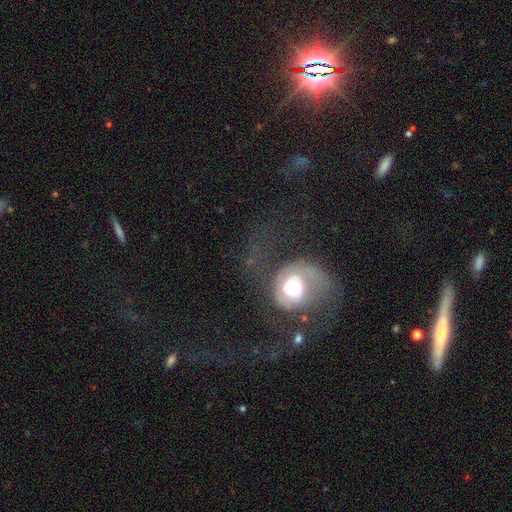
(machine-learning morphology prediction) Smooth or featured: featured or disk — 70% (smooth — 20%)
Edge-on disk: no — 97% (yes — 3%)
Bar: no — 70% (weak — 22%)
Spiral arms: yes — 84% (no — 16%)
Spiral winding: loose — 53% (medium — 36%)
Spiral arm count: 2 — 64% (1 — 23%)
Bulge size: moderate — 55% (large — 30%)
Merging: major disturbance — 47% (none — 35%)